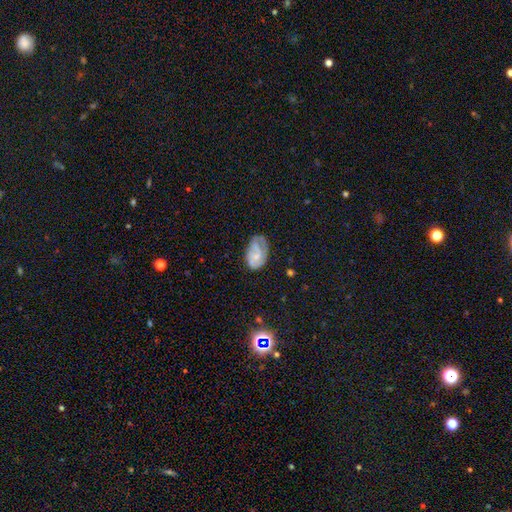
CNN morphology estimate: featured or disk 56%, smooth 36%, star or artifact 8%. Down the decision tree: edge-on disk — no (97%); bar — no (58%); spiral arms — yes (81%); bulge size — small (52%); merging — none (51%).